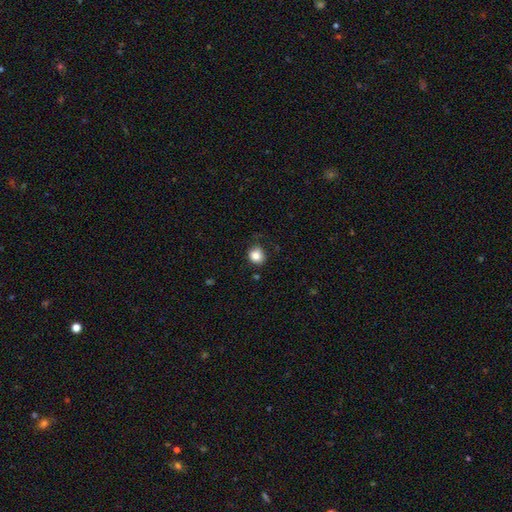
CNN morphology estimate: A smooth galaxy with no disk features (83%) that is round (75%). Merging: none (74%).